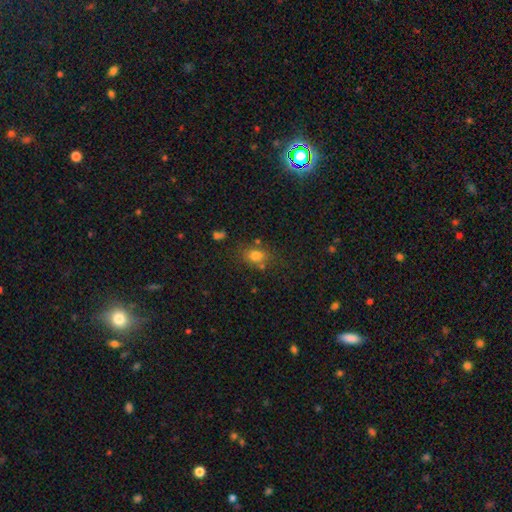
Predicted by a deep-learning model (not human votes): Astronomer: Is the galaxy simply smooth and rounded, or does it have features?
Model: smooth — 77%.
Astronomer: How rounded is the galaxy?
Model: in between — 64%.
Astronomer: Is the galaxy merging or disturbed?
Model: none — 69%.